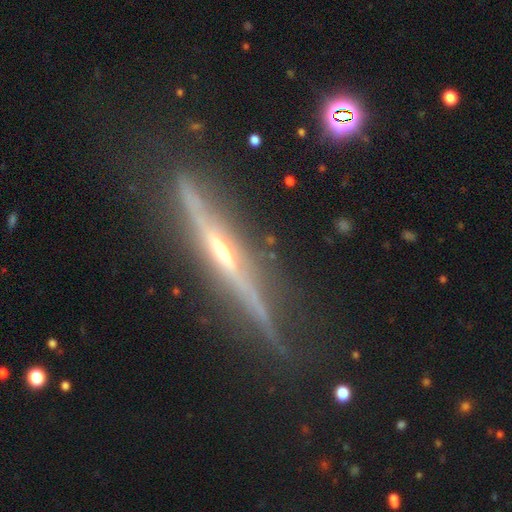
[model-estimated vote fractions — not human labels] Q: Smooth or featured?
A: featured or disk (85%); runner-up: smooth (8%)
Q: Edge-on disk?
A: yes (97%); runner-up: no (3%)
Q: Edge-on bulge?
A: rounded (79%); runner-up: none (17%)
Q: Merging?
A: none (81%); runner-up: minor disturbance (13%)